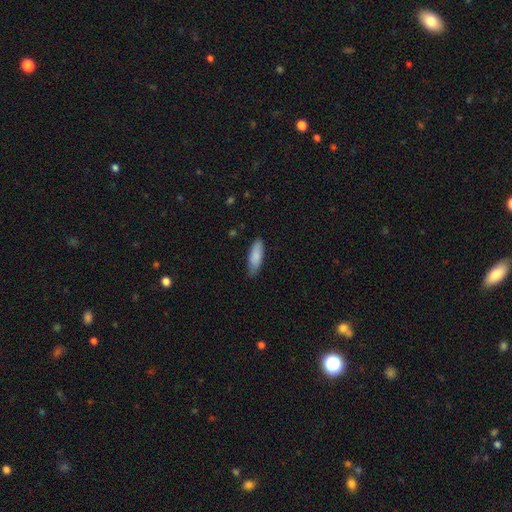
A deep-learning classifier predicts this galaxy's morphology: Smooth or featured? Predicted: smooth (p=0.84). How rounded? Predicted: in between (p=0.61). Merging? Predicted: none (p=0.73).